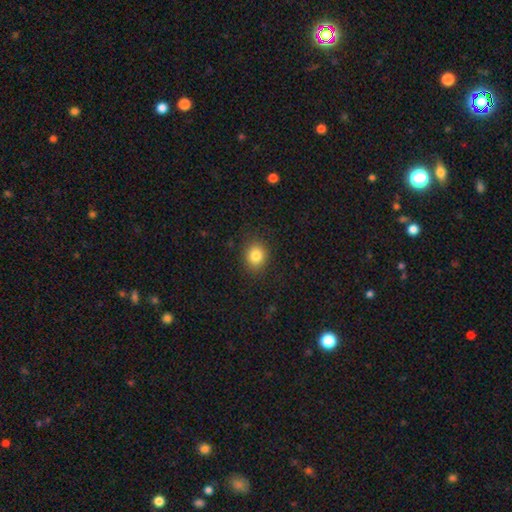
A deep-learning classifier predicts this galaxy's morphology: smooth-or-featured: smooth: 82% | star or artifact: 11% | featured or disk: 7%
  how-rounded: round: 70% | in between: 29% | cigar-shaped: 1%
  merging: none: 87% | minor disturbance: 9% | major disturbance: 3% | merger: 1%